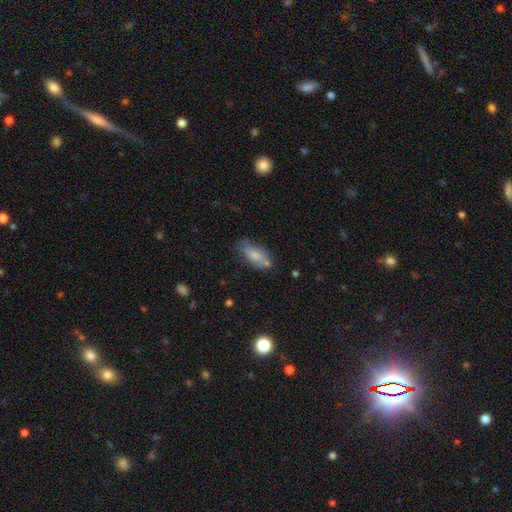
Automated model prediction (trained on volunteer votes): Smooth or featured? smooth (72%)
How rounded? in between (81%)
Merging? none (52%)